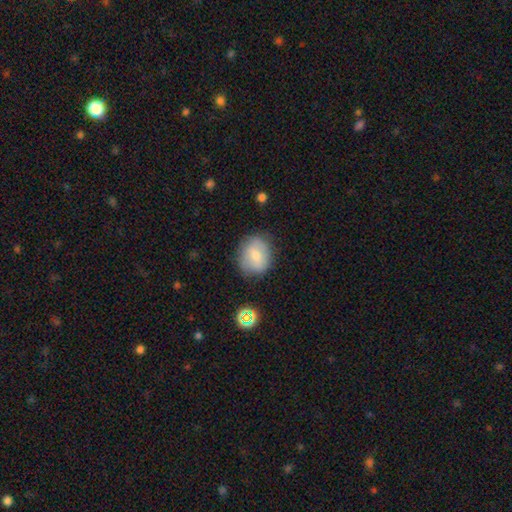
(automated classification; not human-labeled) Q: Smooth or featured?
A: smooth (69%); runner-up: featured or disk (22%)
Q: How rounded?
A: round (69%); runner-up: in between (30%)
Q: Merging?
A: none (74%); runner-up: minor disturbance (18%)